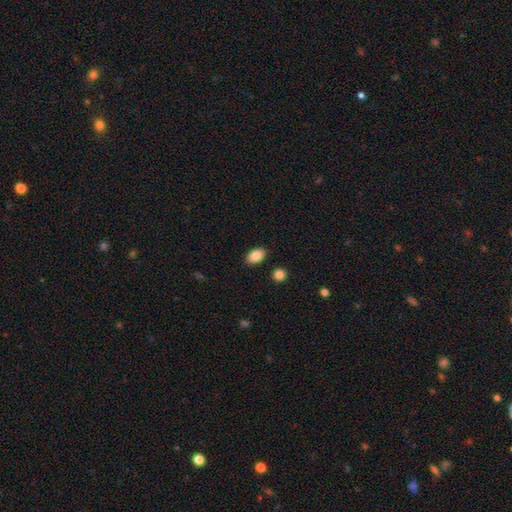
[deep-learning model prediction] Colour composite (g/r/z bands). It shows a smooth galaxy with no disk features (87%) that is in between round and cigar-shaped (88%). Merging: none (88%).